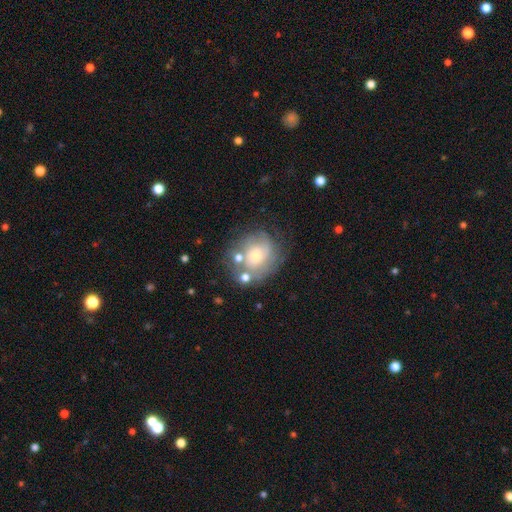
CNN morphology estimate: smooth_or_featured: featured or disk (p=0.52) [alt: smooth p=0.38]
disk_edge_on: no (p=0.97) [alt: yes p=0.03]
merging: none (p=0.54) [alt: minor disturbance p=0.22]